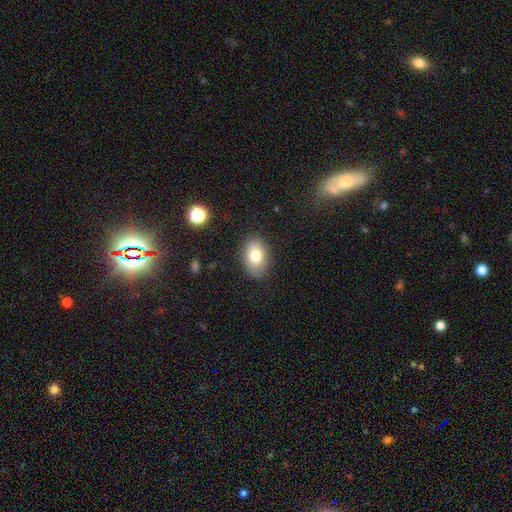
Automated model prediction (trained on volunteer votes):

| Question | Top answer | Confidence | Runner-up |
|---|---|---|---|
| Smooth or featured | smooth | 80% | featured or disk (11%) |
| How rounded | in between | 83% | round (16%) |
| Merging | none | 84% | minor disturbance (11%) |